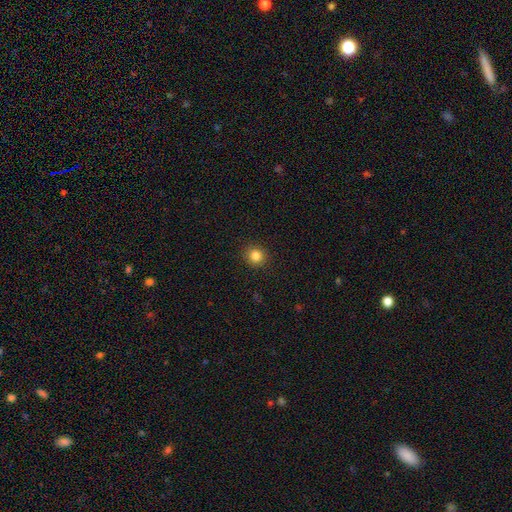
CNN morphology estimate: Q: Smooth or featured?
A: smooth (83%); runner-up: star or artifact (12%)
Q: How rounded?
A: round (88%); runner-up: in between (11%)
Q: Merging?
A: none (91%); runner-up: minor disturbance (6%)